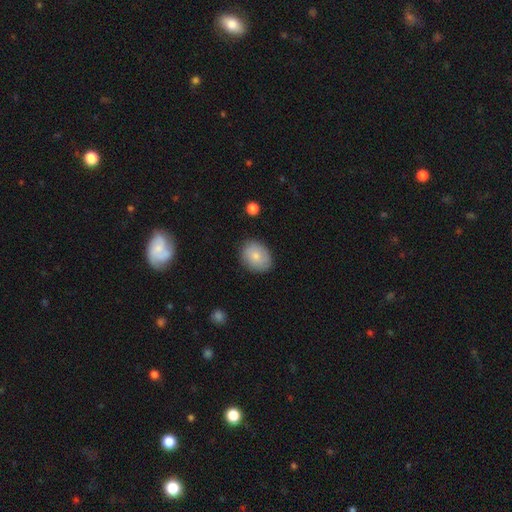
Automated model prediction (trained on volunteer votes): This is likely a smooth galaxy (79%). How rounded: possibly in between (59%). Merging: clearly none (84%).